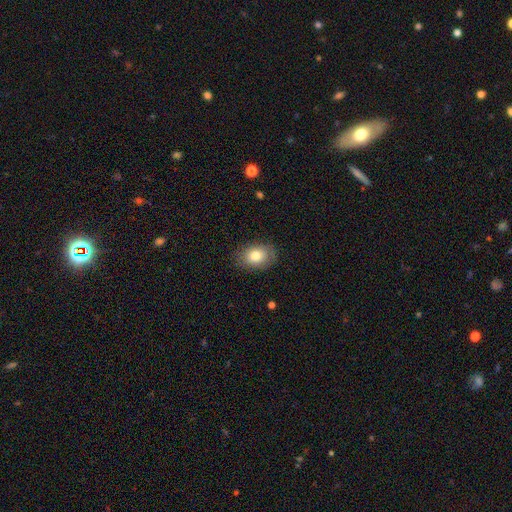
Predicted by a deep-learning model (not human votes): smooth_or_featured: smooth (p=0.79) [alt: featured or disk p=0.13]
how_rounded: in between (p=0.77) [alt: round p=0.22]
merging: none (p=0.84) [alt: minor disturbance p=0.12]